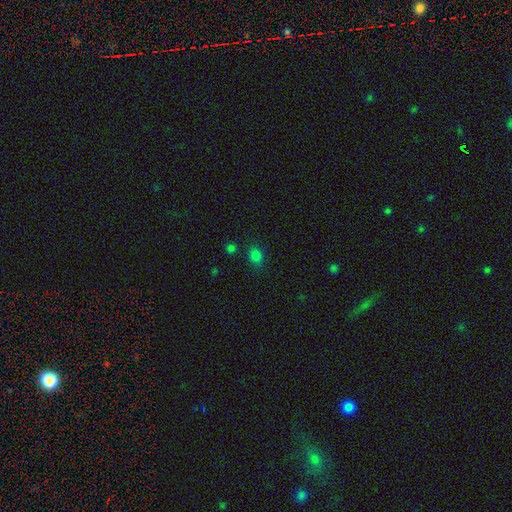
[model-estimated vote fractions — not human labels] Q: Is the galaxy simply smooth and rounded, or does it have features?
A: smooth — 77%.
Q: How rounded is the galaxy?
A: round — 56%.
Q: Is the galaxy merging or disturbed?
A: none — 78%.